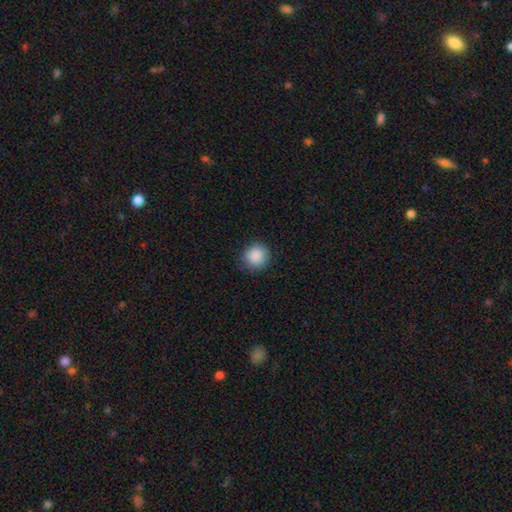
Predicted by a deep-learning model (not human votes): A smooth galaxy with no disk features (89%) that is round (91%).

Vote fractions:
- Smooth or featured? smooth: 89% / star or artifact: 8% / featured or disk: 3%
- How rounded? round: 91% / in between: 8% / cigar-shaped: 1%
- Merging? none: 88% / minor disturbance: 8% / major disturbance: 2% / merger: 1%